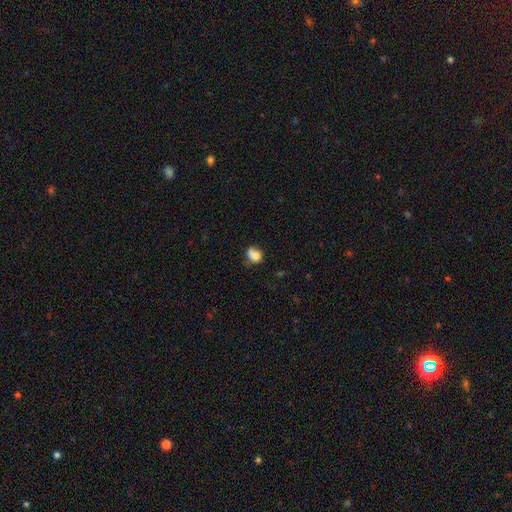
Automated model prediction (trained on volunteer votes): smooth 74%, featured or disk 16%, star or artifact 10%. Down the decision tree: how rounded — round (55%); merging — none (34%).